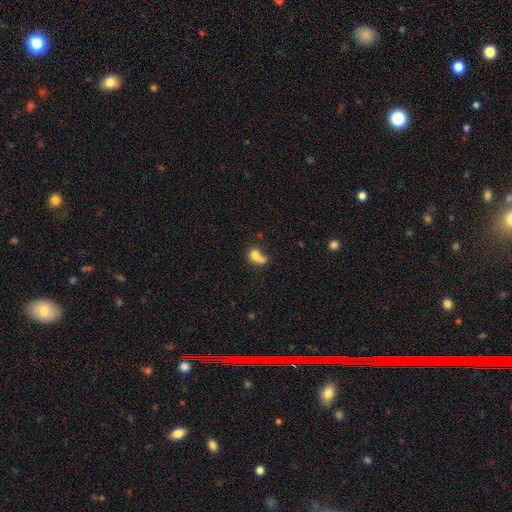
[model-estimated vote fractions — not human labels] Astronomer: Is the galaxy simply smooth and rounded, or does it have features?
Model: smooth — 69%.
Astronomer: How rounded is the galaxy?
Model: in between — 64%.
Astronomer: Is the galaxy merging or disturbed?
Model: merger — 32% (runner-up: none, 29%).